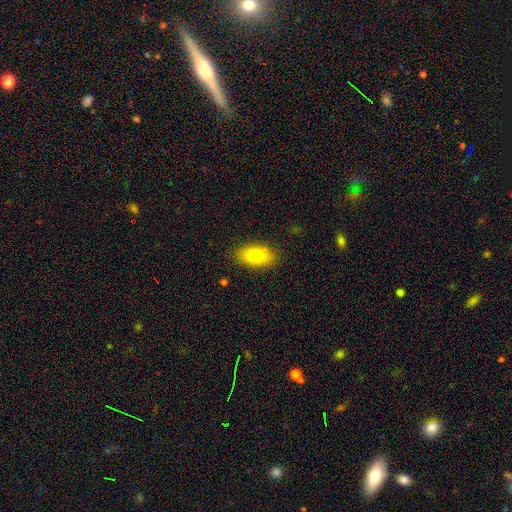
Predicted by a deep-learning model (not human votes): This is likely a smooth galaxy (79%). How rounded: clearly in between (89%). Merging: clearly none (87%).